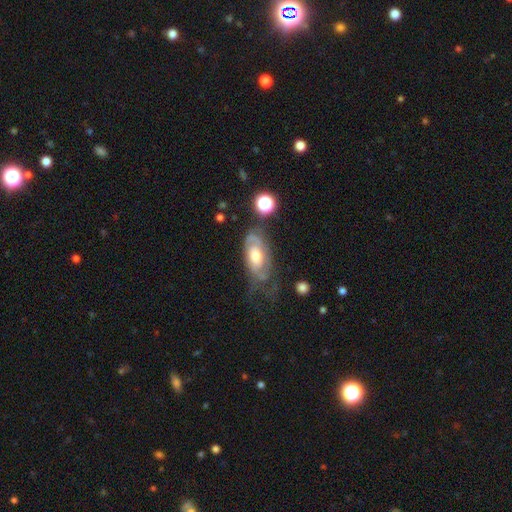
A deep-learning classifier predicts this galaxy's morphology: Smooth or featured: featured or disk — 69% (smooth — 24%)
Edge-on disk: no — 90% (yes — 10%)
Bar: no — 68% (weak — 26%)
Spiral arms: yes — 80% (no — 20%)
Bulge size: moderate — 63% (large — 18%)
Merging: none — 42% (minor disturbance — 28%)